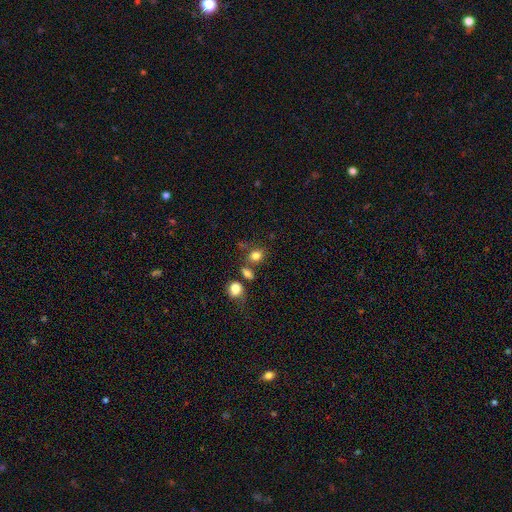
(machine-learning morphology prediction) Q: Smooth or featured?
A: smooth (80%); runner-up: star or artifact (13%)
Q: How rounded?
A: round (54%); runner-up: in between (45%)
Q: Merging?
A: none (64%); runner-up: merger (16%)